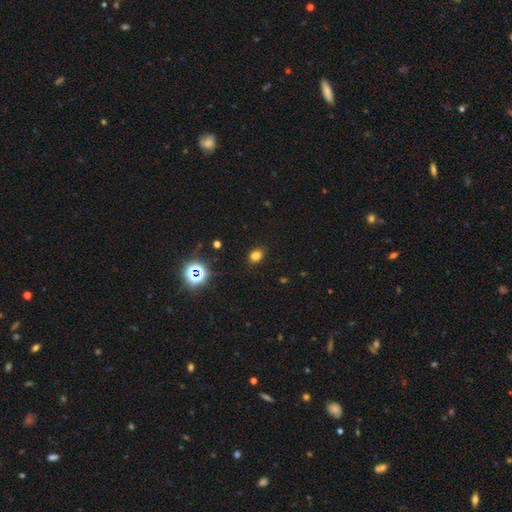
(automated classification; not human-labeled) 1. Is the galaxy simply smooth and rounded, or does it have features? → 74% smooth, 20% star or artifact, 6% featured or disk.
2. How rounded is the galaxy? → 65% in between, 34% round, 1% cigar-shaped.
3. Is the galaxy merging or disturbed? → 81% none, 14% minor disturbance, 3% major disturbance, 2% merger.